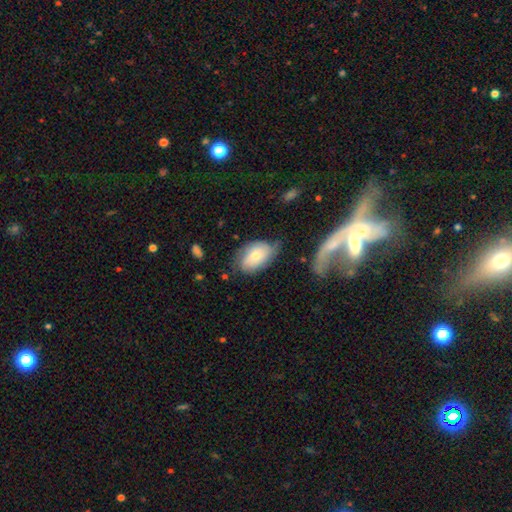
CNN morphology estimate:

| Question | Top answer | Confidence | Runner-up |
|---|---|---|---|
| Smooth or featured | smooth | 56% | featured or disk (37%) |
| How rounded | in between | 88% | round (10%) |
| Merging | none | 54% | minor disturbance (31%) |